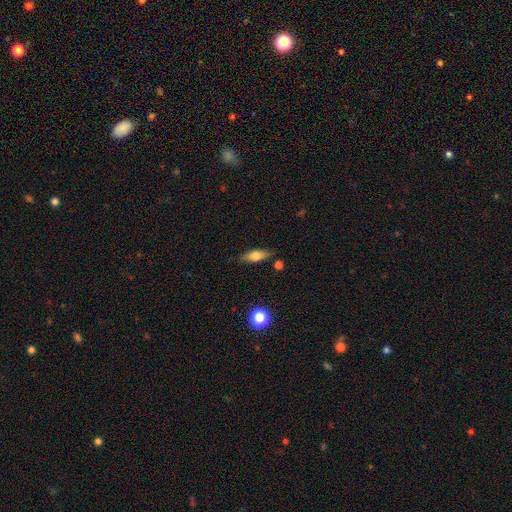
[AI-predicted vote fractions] Smooth or featured: smooth — 66% (featured or disk — 26%)
How rounded: in between — 66% (cigar-shaped — 30%)
Merging: none — 82% (minor disturbance — 13%)